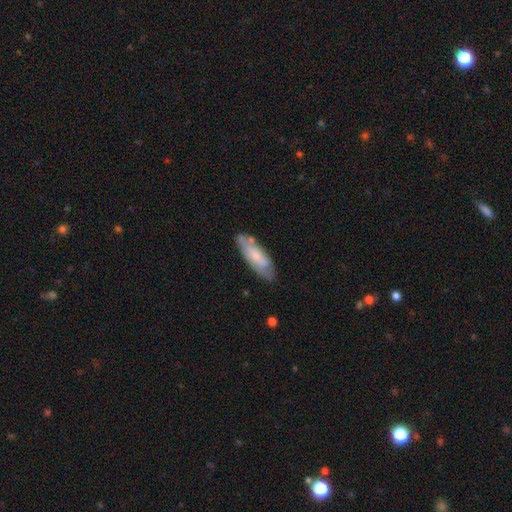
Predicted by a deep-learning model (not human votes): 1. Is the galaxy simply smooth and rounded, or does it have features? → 56% smooth, 38% featured or disk, 6% star or artifact.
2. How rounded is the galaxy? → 57% in between, 41% cigar-shaped, 2% round.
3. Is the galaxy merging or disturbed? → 69% none, 21% minor disturbance, 5% major disturbance, 5% merger.